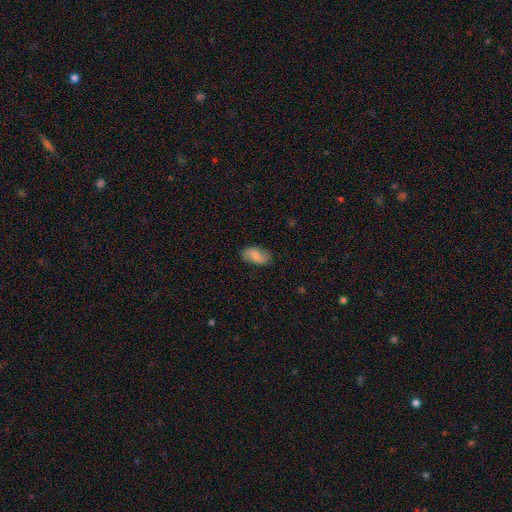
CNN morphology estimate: smooth 63%, featured or disk 29%, star or artifact 8%. Down the decision tree: how rounded — in between (93%); merging — none (80%).